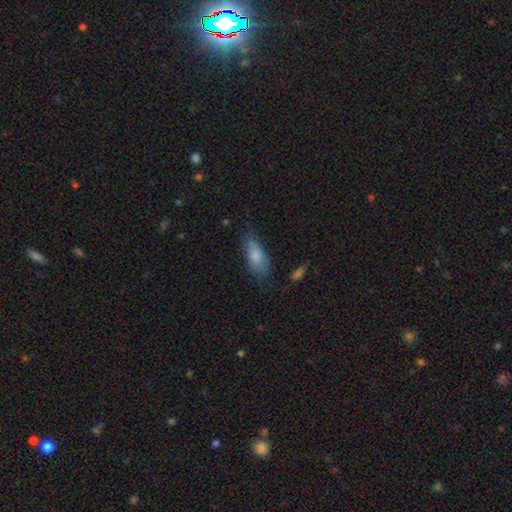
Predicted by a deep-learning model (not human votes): A smooth galaxy with no disk features (80%) that is in between round and cigar-shaped (81%). Merging: none (63%).